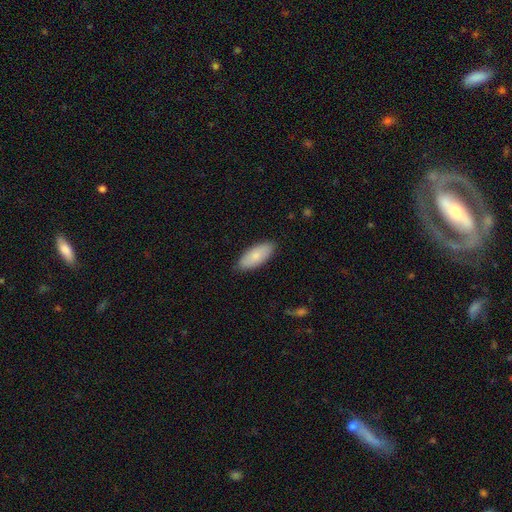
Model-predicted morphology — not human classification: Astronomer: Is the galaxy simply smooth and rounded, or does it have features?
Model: smooth — 80%.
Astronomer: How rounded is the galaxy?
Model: in between — 84%.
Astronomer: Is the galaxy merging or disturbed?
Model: none — 86%.